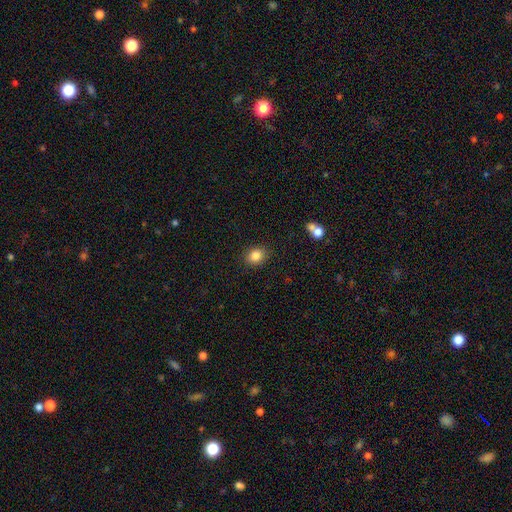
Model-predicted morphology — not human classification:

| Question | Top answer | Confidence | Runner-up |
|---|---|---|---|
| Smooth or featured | smooth | 84% | star or artifact (10%) |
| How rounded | round | 56% | in between (43%) |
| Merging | none | 88% | minor disturbance (8%) |